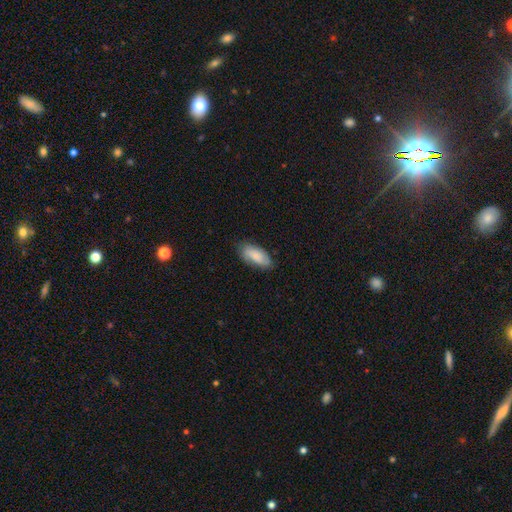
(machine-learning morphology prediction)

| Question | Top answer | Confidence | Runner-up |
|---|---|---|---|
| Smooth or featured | smooth | 80% | featured or disk (14%) |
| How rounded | in between | 88% | cigar-shaped (10%) |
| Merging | none | 75% | minor disturbance (20%) |